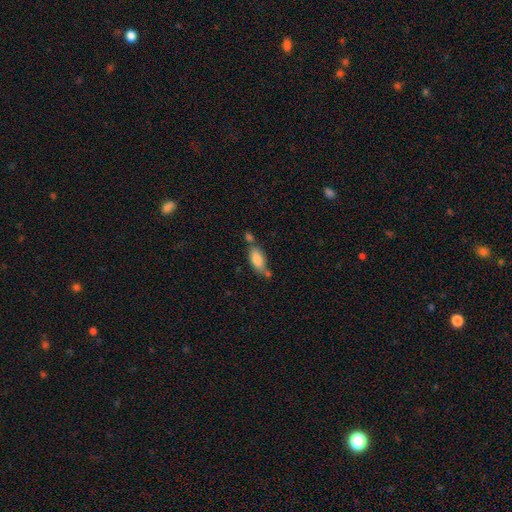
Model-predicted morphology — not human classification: A smooth galaxy with no disk features (76%) that is in between round and cigar-shaped (83%).

Vote fractions:
- Smooth or featured? smooth: 76% / featured or disk: 15% / star or artifact: 8%
- How rounded? in between: 83% / cigar-shaped: 14% / round: 4%
- Merging? none: 49% / merger: 25% / minor disturbance: 19% / major disturbance: 6%